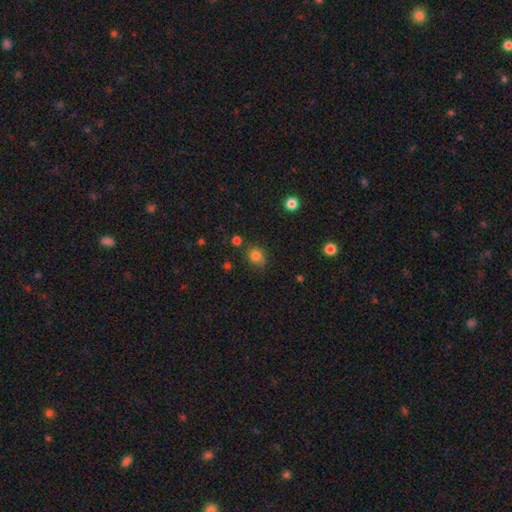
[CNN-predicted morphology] type=smooth (81%); roundness=round (71%); merging=none (67%).